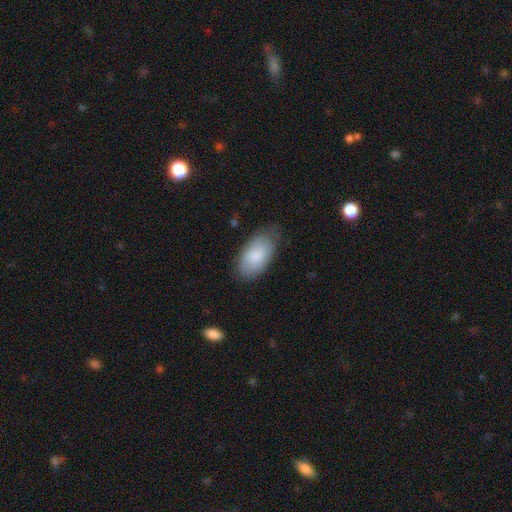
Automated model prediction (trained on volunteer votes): smooth_or_featured: smooth (p=0.80) [alt: featured or disk p=0.14]
how_rounded: in between (p=0.95) [alt: round p=0.03]
merging: none (p=0.67) [alt: minor disturbance p=0.25]